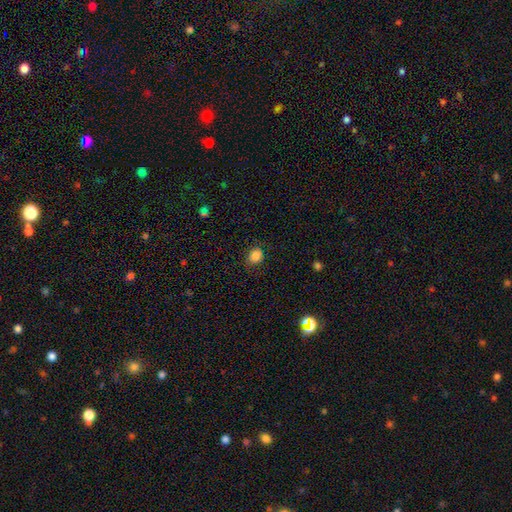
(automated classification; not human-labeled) smooth 84%, star or artifact 11%, featured or disk 4%. Down the decision tree: how rounded — round (68%); merging — none (81%).